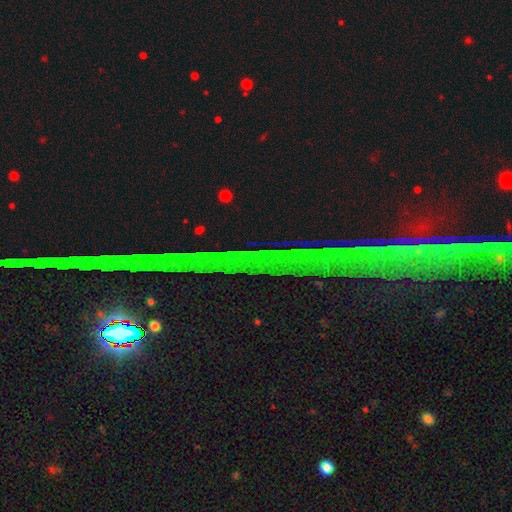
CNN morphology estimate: The model was most divided on "smooth or featured": star or artifact: 85%, featured or disk: 9%, smooth: 6%.